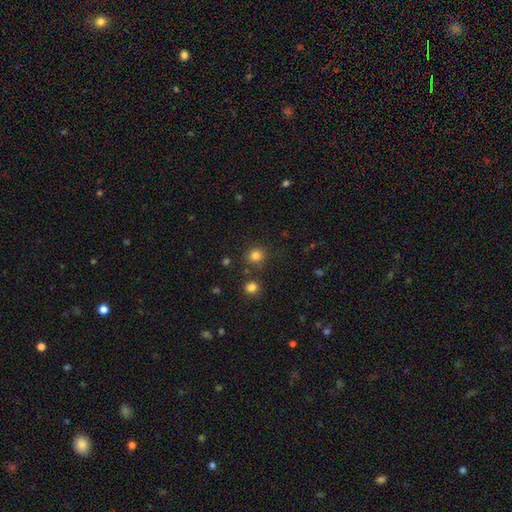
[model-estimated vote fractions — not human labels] Smooth or featured? smooth (80%)
How rounded? round (86%)
Merging? none (83%)